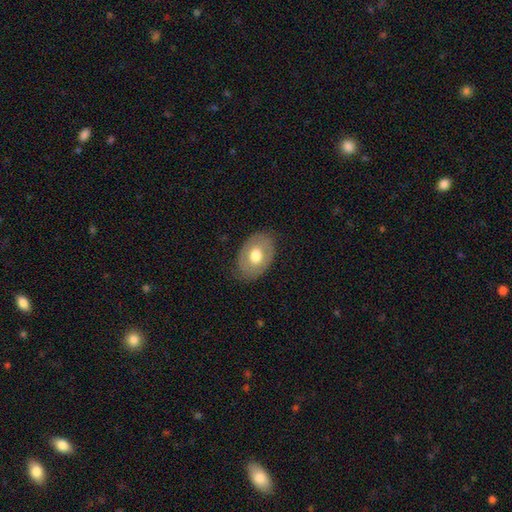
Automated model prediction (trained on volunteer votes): A smooth galaxy with no disk features (59%) that is in between round and cigar-shaped (81%).

Vote fractions:
- Smooth or featured? smooth: 59% / featured or disk: 35% / star or artifact: 6%
- How rounded? in between: 81% / round: 18% / cigar-shaped: 1%
- Merging? none: 76% / minor disturbance: 17% / major disturbance: 5% / merger: 1%